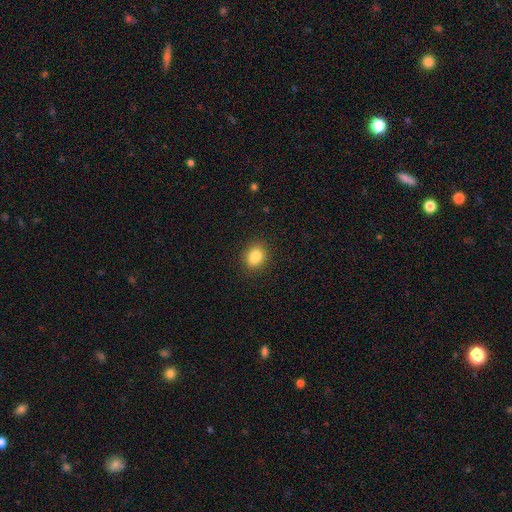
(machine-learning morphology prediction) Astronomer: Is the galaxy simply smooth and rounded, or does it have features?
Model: smooth — 81%.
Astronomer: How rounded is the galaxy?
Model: round — 53% (runner-up: in between, 46%).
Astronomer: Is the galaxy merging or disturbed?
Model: none — 71%.